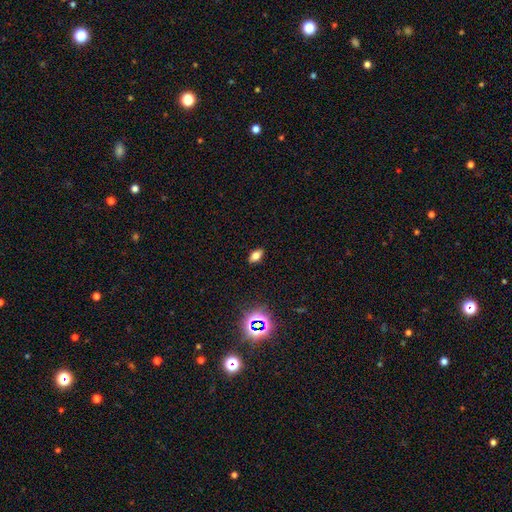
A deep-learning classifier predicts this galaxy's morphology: Smooth or featured? Predicted: smooth (p=0.71). How rounded? Predicted: in between (p=0.86). Merging? Predicted: none (p=0.88).